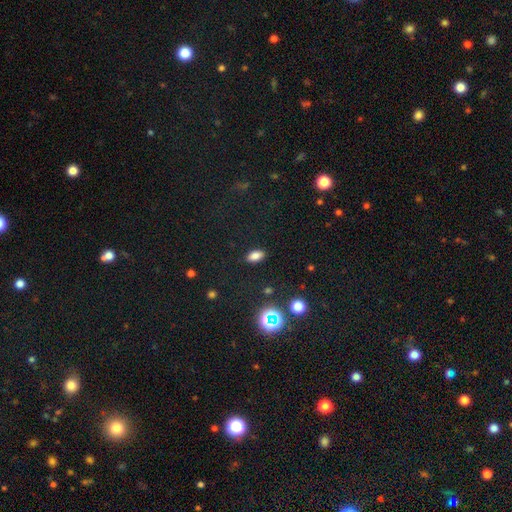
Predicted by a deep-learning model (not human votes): This appears to be a smooth galaxy with no disk features (80%) that is in between round and cigar-shaped (89%). Merging: none (88%).